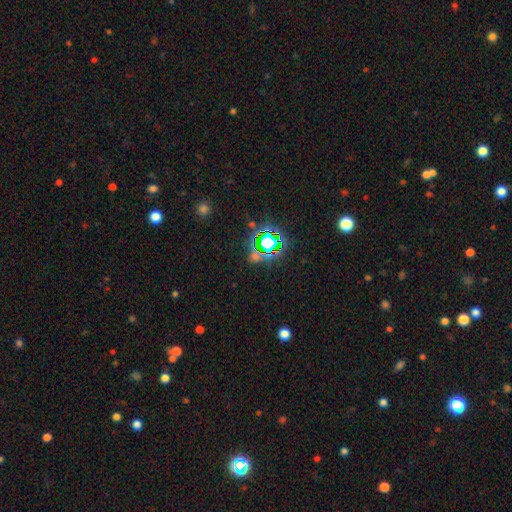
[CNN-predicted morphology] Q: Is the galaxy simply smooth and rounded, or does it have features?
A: star or artifact — 71%.